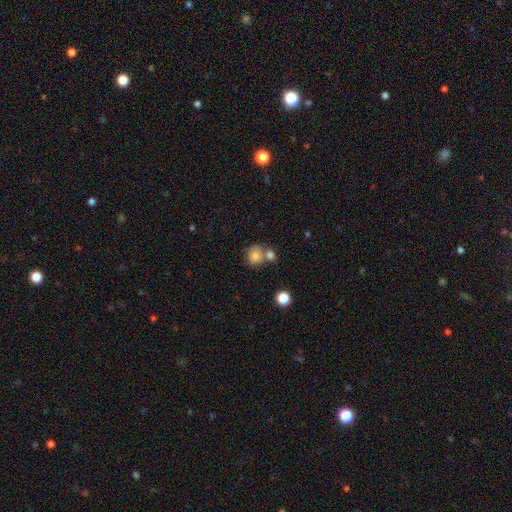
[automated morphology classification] This is clearly a smooth galaxy (81%). How rounded: likely round (76%). Merging: possibly none (46%).